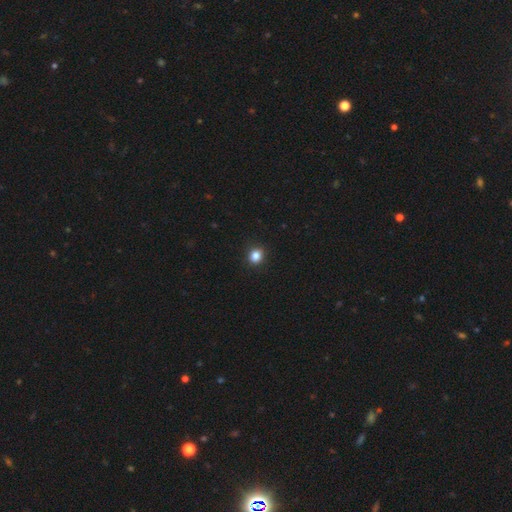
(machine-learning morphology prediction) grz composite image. It shows a smooth galaxy with no disk features (85%) that is round (72%). Merging: none (91%).